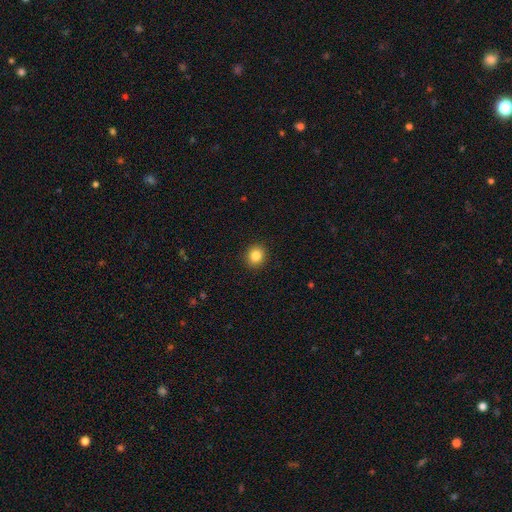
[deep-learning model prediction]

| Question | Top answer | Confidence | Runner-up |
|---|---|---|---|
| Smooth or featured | smooth | 85% | star or artifact (10%) |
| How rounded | round | 81% | in between (18%) |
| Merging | none | 91% | minor disturbance (6%) |